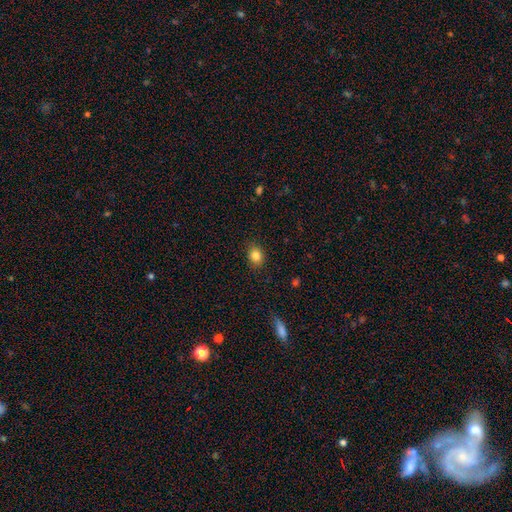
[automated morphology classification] Smooth or featured? Predicted: smooth (p=0.83). How rounded? Predicted: round (p=0.50). Merging? Predicted: none (p=0.88).